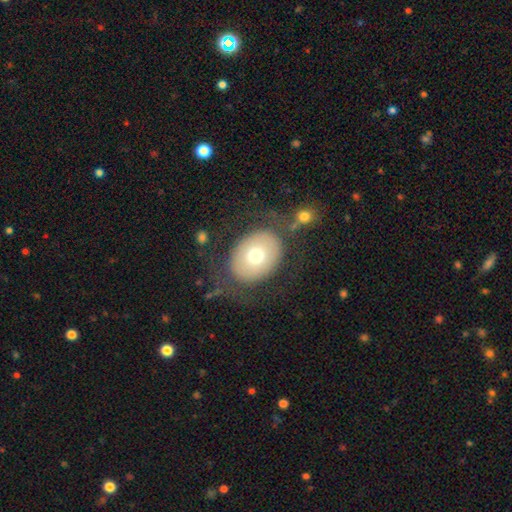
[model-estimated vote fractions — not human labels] Smooth or featured? Predicted: smooth (p=0.64). How rounded? Predicted: in between (p=0.58). Merging? Predicted: none (p=0.72).